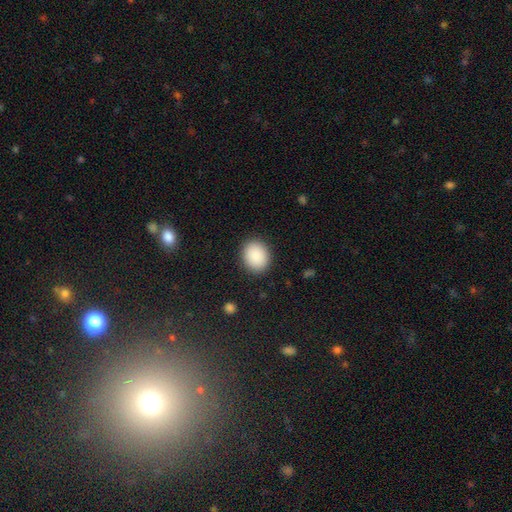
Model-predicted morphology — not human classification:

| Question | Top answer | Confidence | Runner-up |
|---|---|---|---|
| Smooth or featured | smooth | 89% | star or artifact (7%) |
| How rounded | round | 63% | in between (36%) |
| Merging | none | 90% | minor disturbance (7%) |